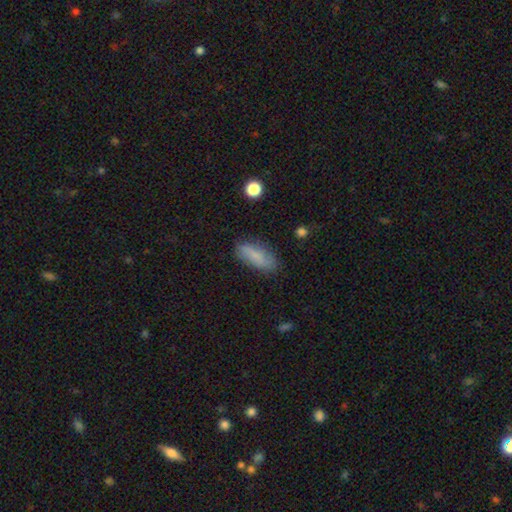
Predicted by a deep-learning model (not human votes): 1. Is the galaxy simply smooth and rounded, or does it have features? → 79% smooth, 14% featured or disk, 7% star or artifact.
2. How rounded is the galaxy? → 71% in between, 26% cigar-shaped, 3% round.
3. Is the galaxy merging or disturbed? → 78% none, 16% minor disturbance, 4% major disturbance, 2% merger.